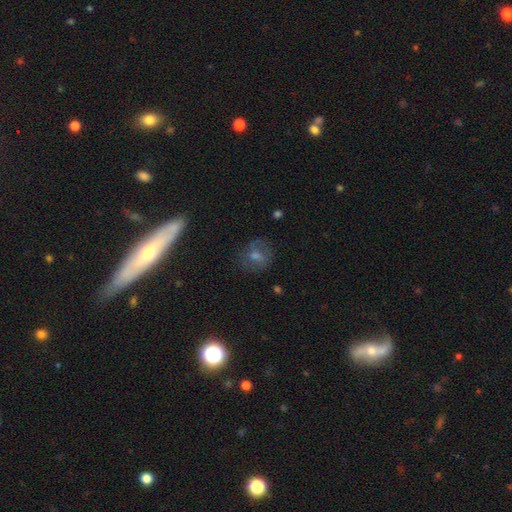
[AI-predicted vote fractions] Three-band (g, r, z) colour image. It shows a smooth galaxy with no disk features (47%). Merging: none (73%).